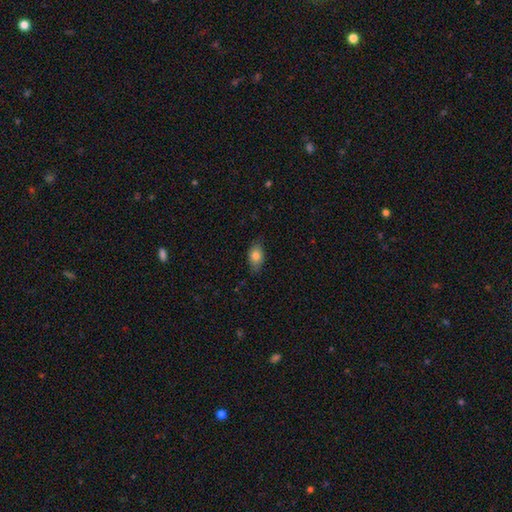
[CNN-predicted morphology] This is clearly a smooth galaxy (80%). How rounded: clearly in between (86%). Merging: likely none (76%).